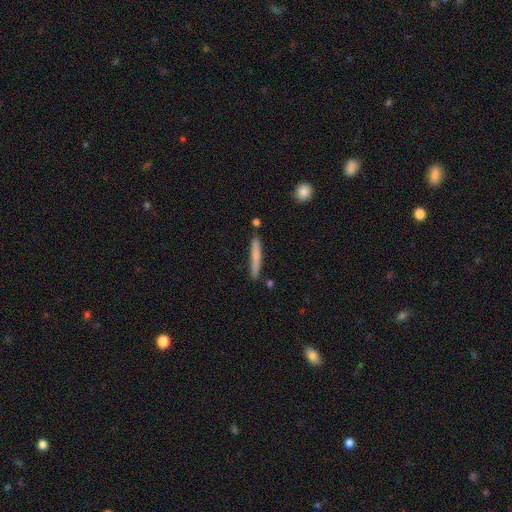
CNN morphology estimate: Q: Smooth or featured?
A: smooth (72%); runner-up: featured or disk (23%)
Q: How rounded?
A: cigar-shaped (95%); runner-up: in between (3%)
Q: Merging?
A: none (83%); runner-up: minor disturbance (11%)